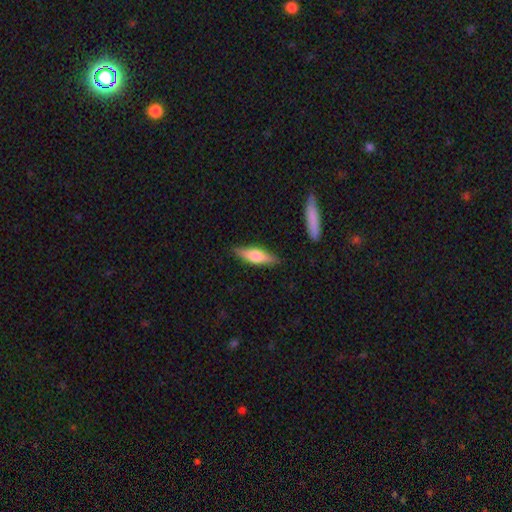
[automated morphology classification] Smooth or featured? smooth (50%)
How rounded? cigar-shaped (59%)
Merging? none (86%)